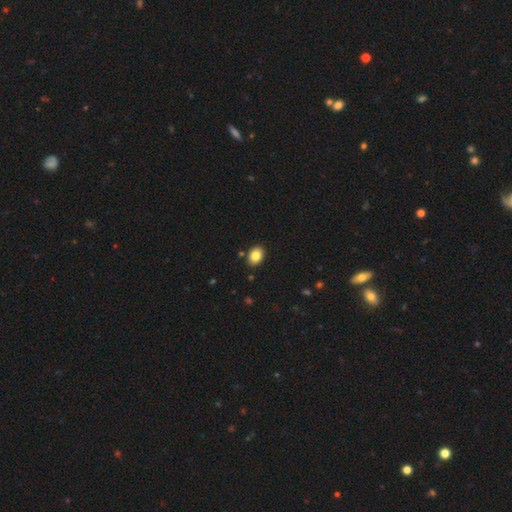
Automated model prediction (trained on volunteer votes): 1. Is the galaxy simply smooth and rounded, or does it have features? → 83% smooth, 9% star or artifact, 8% featured or disk.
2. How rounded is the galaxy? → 71% in between, 28% round, 1% cigar-shaped.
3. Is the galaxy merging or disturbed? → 88% none, 8% minor disturbance, 2% merger, 2% major disturbance.